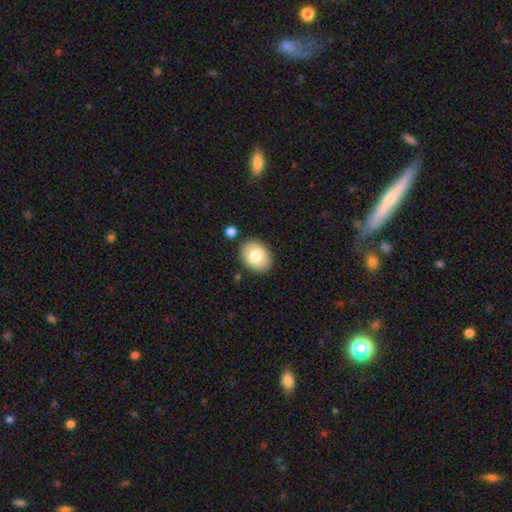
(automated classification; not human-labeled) Overall: smooth (76%). How rounded: in between (67%; round 32%). Merging: none (84%).